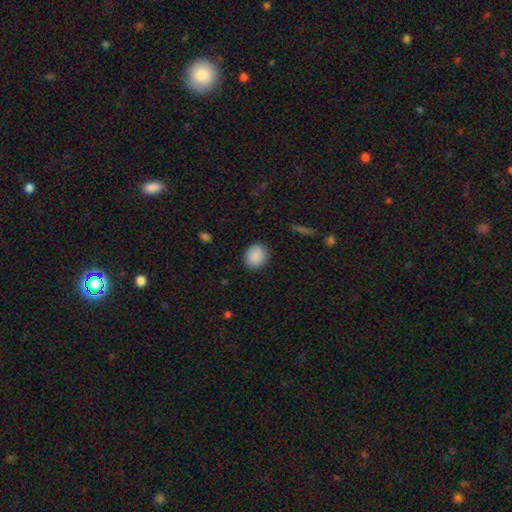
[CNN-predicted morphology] smooth 89%, star or artifact 7%, featured or disk 3%. Down the decision tree: how rounded — round (61%); merging — none (88%).